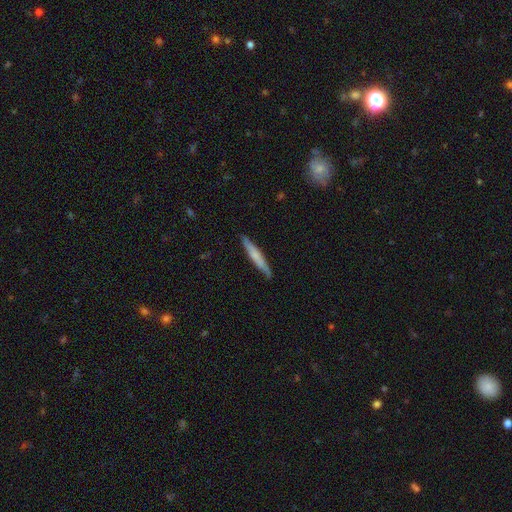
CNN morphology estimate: This is possibly a smooth galaxy (55%). How rounded: clearly cigar-shaped (94%). Merging: clearly none (87%).